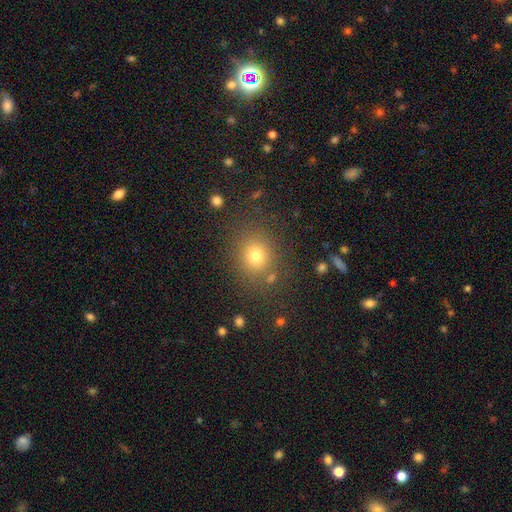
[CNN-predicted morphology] The model was most divided on "how rounded": round: 74%, in between: 25%, cigar-shaped: 1%. More confident: merging — none (82%); smooth or featured — smooth (73%).